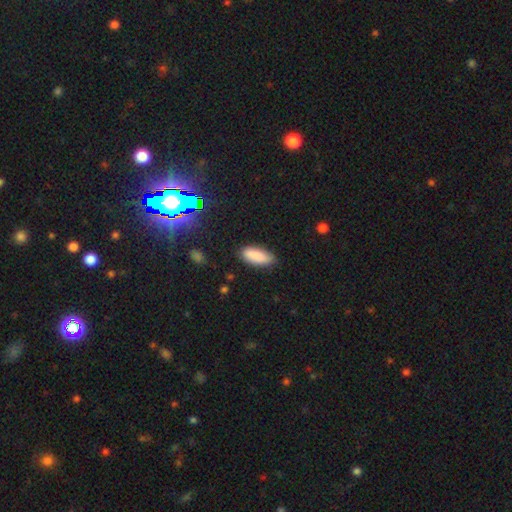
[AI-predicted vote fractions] A smooth galaxy with no disk features (88%) that is in between round and cigar-shaped (79%).

Vote fractions:
- Smooth or featured? smooth: 88% / star or artifact: 7% / featured or disk: 5%
- How rounded? in between: 79% / cigar-shaped: 19% / round: 2%
- Merging? none: 83% / minor disturbance: 13% / major disturbance: 2% / merger: 1%